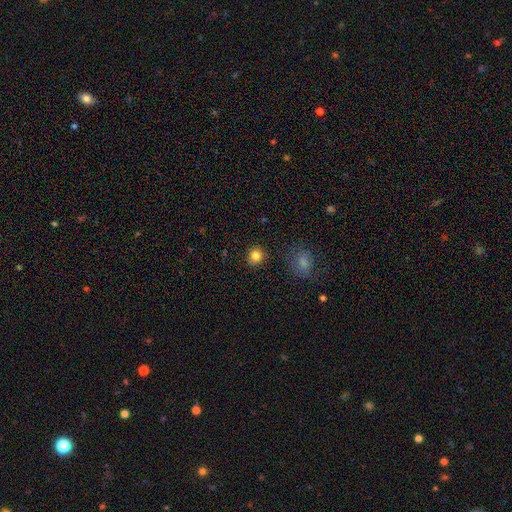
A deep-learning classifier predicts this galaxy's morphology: Overall: smooth (83%). How rounded: round (87%). Merging: none (88%).